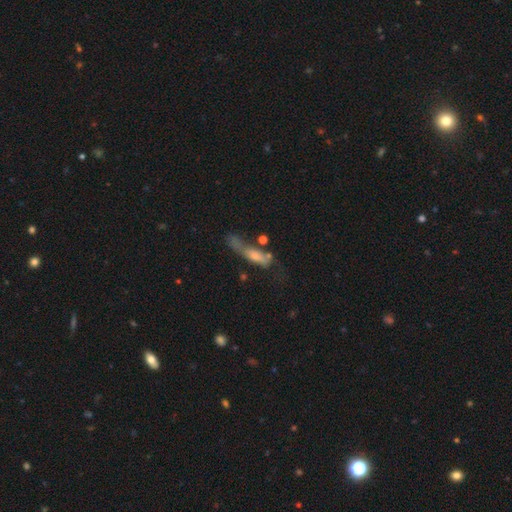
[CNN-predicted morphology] smooth 61%, featured or disk 31%, star or artifact 9%. Down the decision tree: how rounded — cigar-shaped (58%); merging — major disturbance (37%).